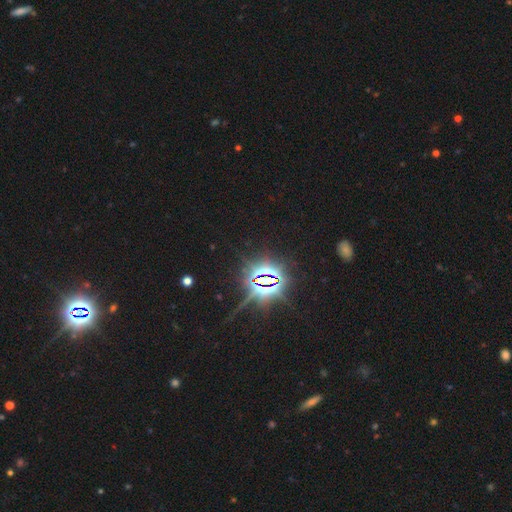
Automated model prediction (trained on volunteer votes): Overall: star or artifact (86%).